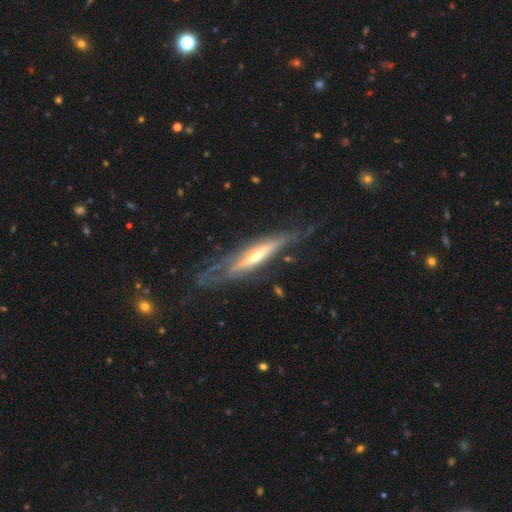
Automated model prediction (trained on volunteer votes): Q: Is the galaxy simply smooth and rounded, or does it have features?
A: featured or disk — 79%.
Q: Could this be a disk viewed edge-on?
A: yes — 74%.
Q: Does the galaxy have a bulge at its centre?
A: rounded — 74%.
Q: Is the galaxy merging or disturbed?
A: none — 56%.